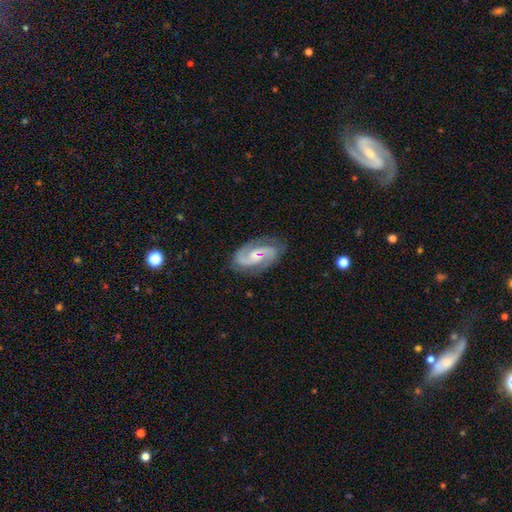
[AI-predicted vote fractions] Morphology: type=featured or disk (89%); edge-on=no (97%); bar=weak (47%); spiral arms=yes (98%); winding=medium (57%); arm count=2 (91%); bulge=small (48%); merging=none (79%).